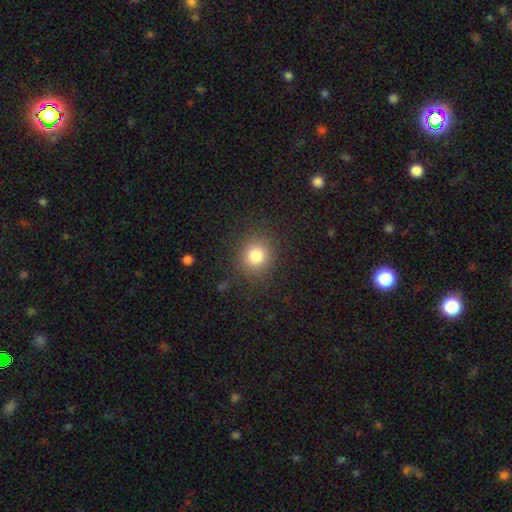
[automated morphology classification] smooth-or-featured: smooth: 82% | star or artifact: 12% | featured or disk: 6%
  how-rounded: round: 84% | in between: 15% | cigar-shaped: 1%
  merging: none: 86% | minor disturbance: 9% | major disturbance: 4% | merger: 1%